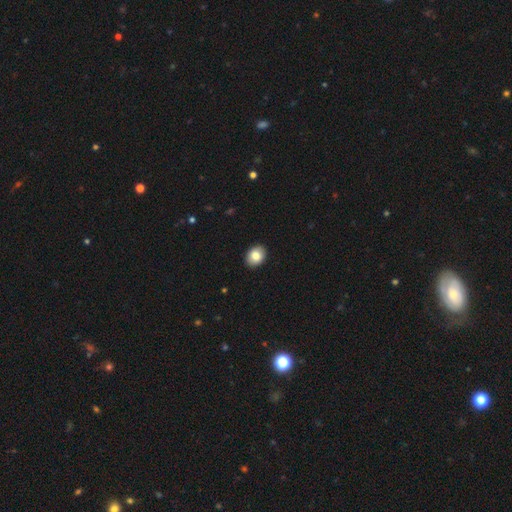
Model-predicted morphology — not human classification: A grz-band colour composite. It shows a smooth galaxy with no disk features (84%) that is in between round and cigar-shaped (64%). Merging: none (91%).